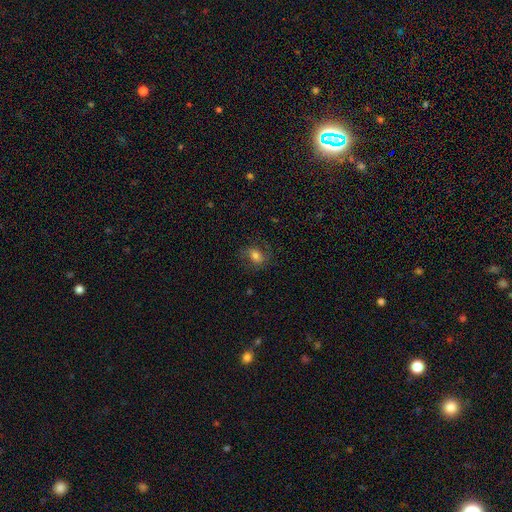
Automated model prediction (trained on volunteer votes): The model was most divided on "how rounded": in between: 60%, round: 38%, cigar-shaped: 2%. More confident: merging — none (70%); smooth or featured — smooth (56%).